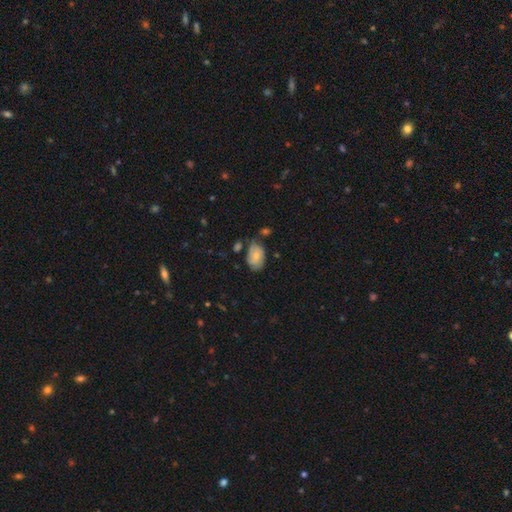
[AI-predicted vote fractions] Smooth or featured?
  - smooth: 68% *
  - featured or disk: 25%
  - star or artifact: 8%
How rounded?
  - in between: 88% *
  - round: 11%
  - cigar-shaped: 1%
Merging?
  - none: 57% *
  - minor disturbance: 29%
  - major disturbance: 7%
  - merger: 7%